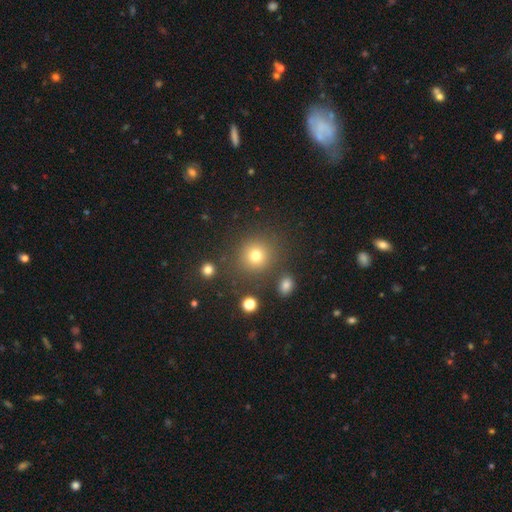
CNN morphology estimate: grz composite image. It shows a smooth galaxy with no disk features (76%) that is round (91%). Merging: none (83%).